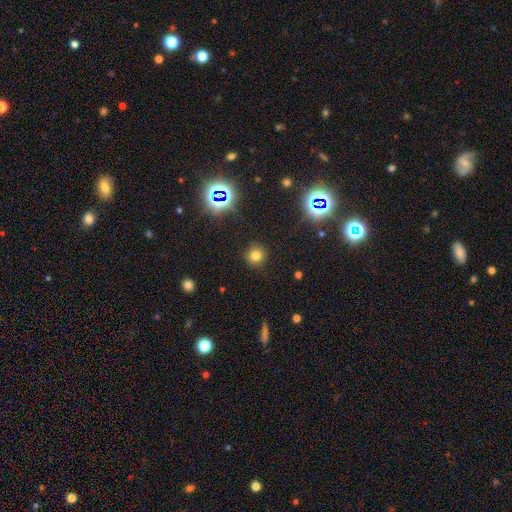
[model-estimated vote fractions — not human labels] Smooth or featured? smooth (73%)
How rounded? round (92%)
Merging? none (90%)